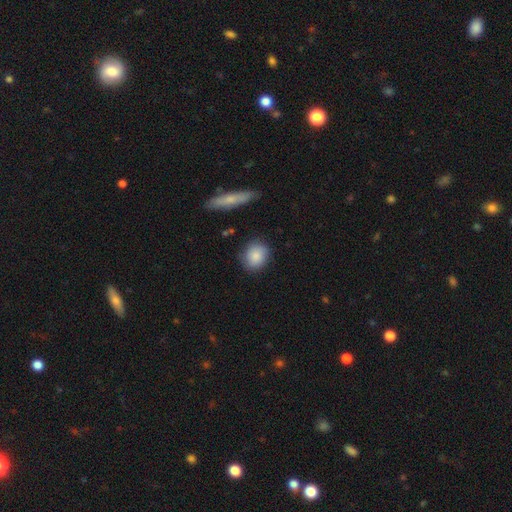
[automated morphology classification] Overall: smooth (85%). How rounded: round (73%). Merging: none (81%).